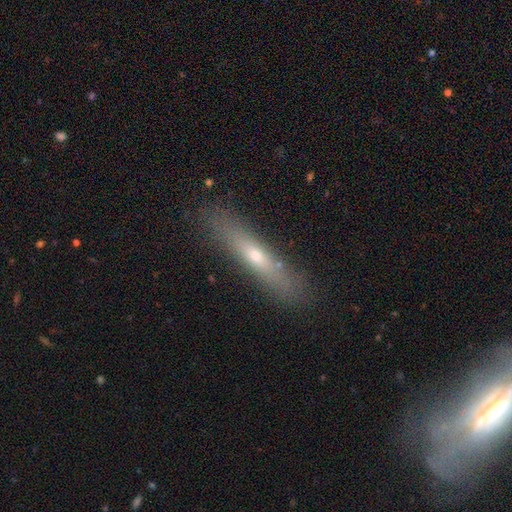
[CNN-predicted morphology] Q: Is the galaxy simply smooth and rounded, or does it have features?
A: featured or disk — 48%.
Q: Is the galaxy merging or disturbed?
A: none — 86%.